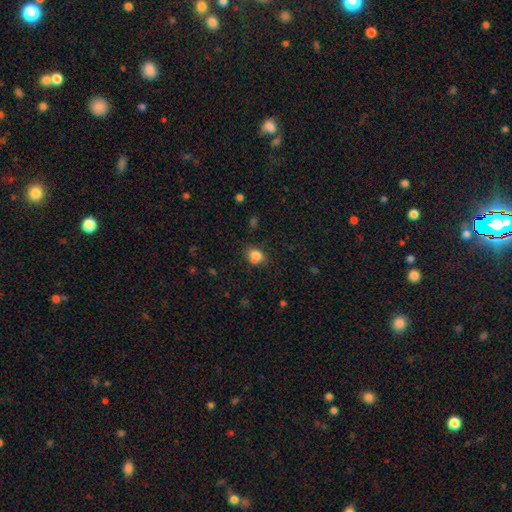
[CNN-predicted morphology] Q: Smooth or featured?
A: smooth (79%); runner-up: star or artifact (11%)
Q: How rounded?
A: round (55%); runner-up: in between (44%)
Q: Merging?
A: none (52%); runner-up: merger (23%)